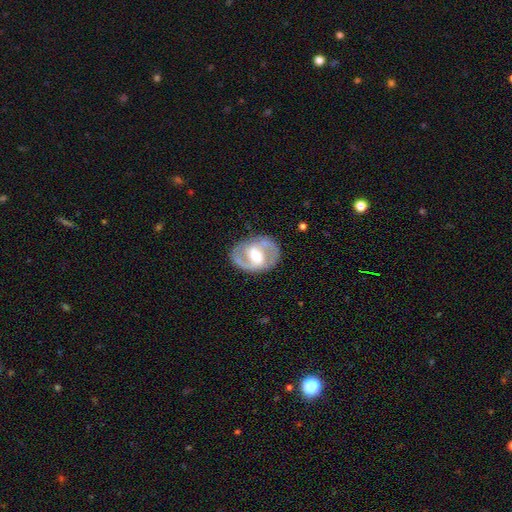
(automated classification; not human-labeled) The model was most divided on "bar": weak: 44%, strong: 35%, no: 21%. More confident: edge-on disk — no (97%); spiral arm count — 2 (89%); spiral arms — yes (84%); merging — none (82%); smooth or featured — featured or disk (81%); bulge size — moderate (63%); spiral winding — medium (53%).